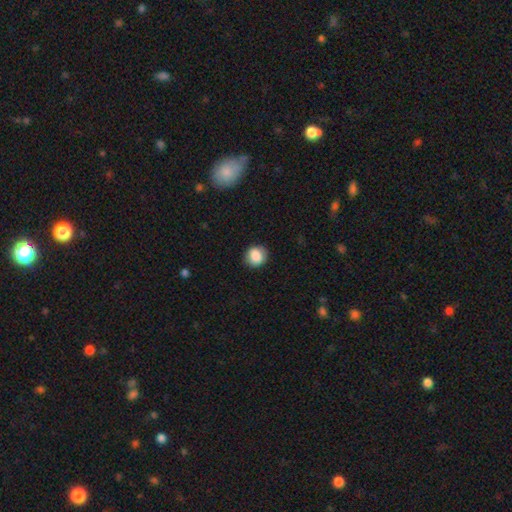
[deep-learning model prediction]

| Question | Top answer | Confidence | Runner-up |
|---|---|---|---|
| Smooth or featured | smooth | 84% | star or artifact (8%) |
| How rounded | round | 76% | in between (23%) |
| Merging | none | 85% | minor disturbance (11%) |